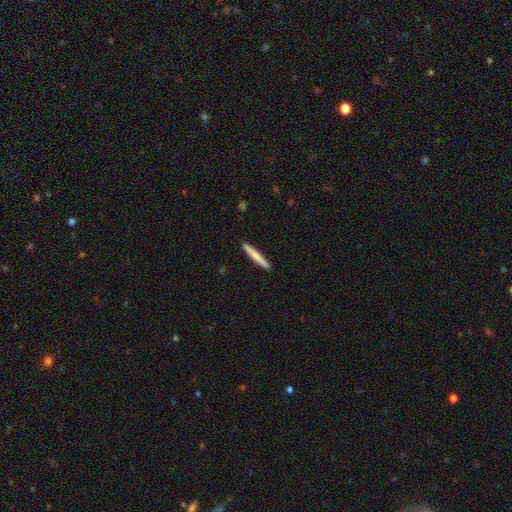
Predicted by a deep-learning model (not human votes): Smooth or featured? Predicted: smooth (p=0.73). How rounded? Predicted: cigar-shaped (p=0.96). Merging? Predicted: none (p=0.92).